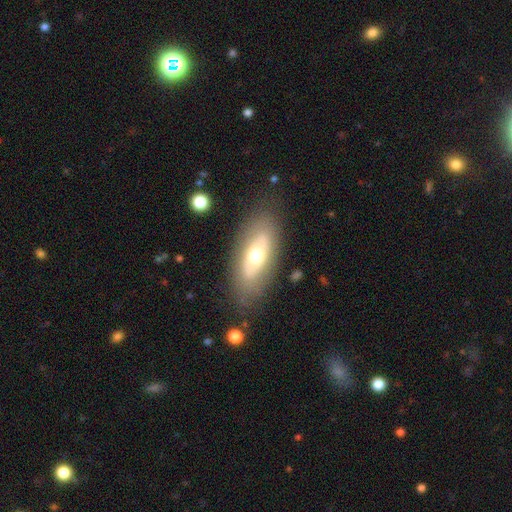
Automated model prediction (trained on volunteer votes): Morphology: type=smooth (48%); merging=none (80%).